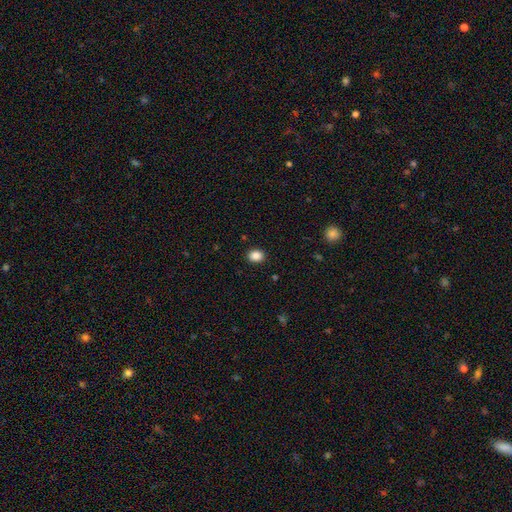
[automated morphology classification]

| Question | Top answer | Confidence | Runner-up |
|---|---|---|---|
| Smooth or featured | smooth | 87% | star or artifact (9%) |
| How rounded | in between | 51% | round (48%) |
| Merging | none | 91% | minor disturbance (6%) |